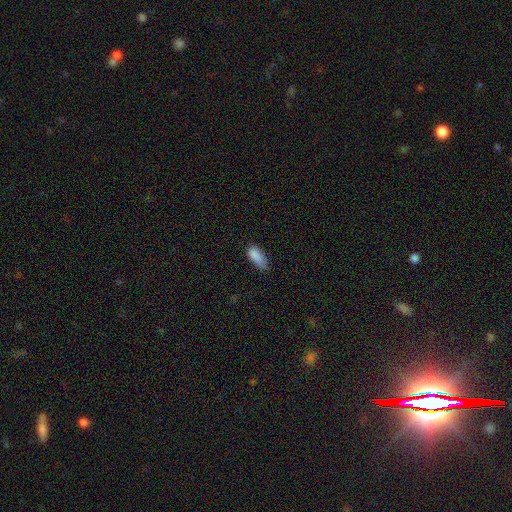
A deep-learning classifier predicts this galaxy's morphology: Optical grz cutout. It shows a smooth galaxy with no disk features (86%) that is in between round and cigar-shaped (86%). Merging: none (44%).